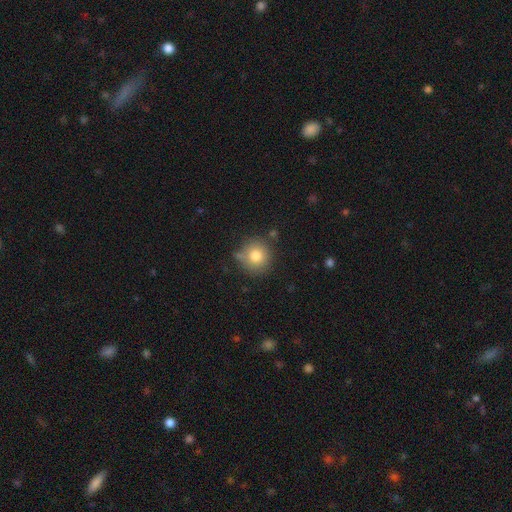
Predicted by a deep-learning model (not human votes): Overall: smooth (79%). How rounded: round (92%). Merging: none (76%).